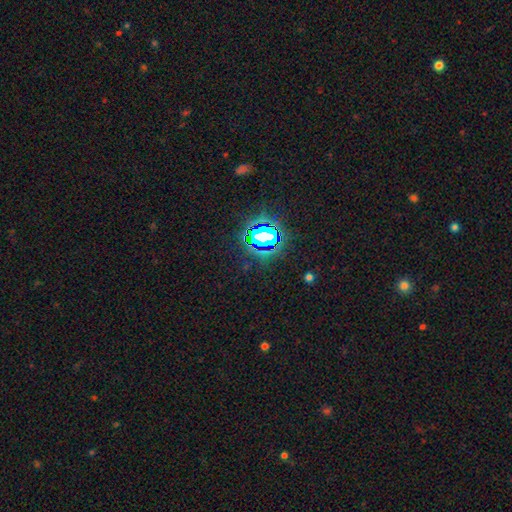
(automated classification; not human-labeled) Smooth or featured? star or artifact (81%)